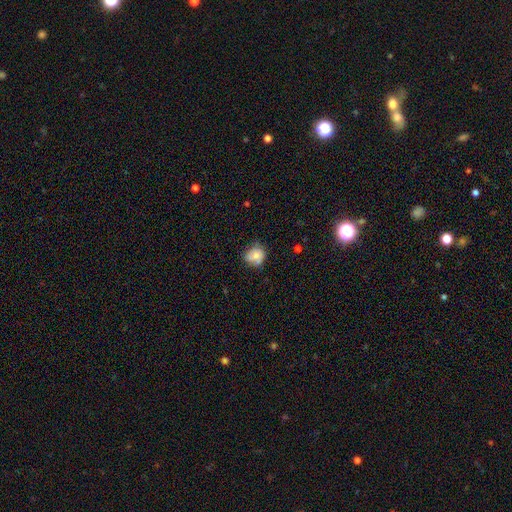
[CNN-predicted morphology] The model was most divided on "merging": none: 57%, minor disturbance: 28%, major disturbance: 8%, merger: 7%. More confident: smooth or featured — smooth (69%); how rounded — round (68%).